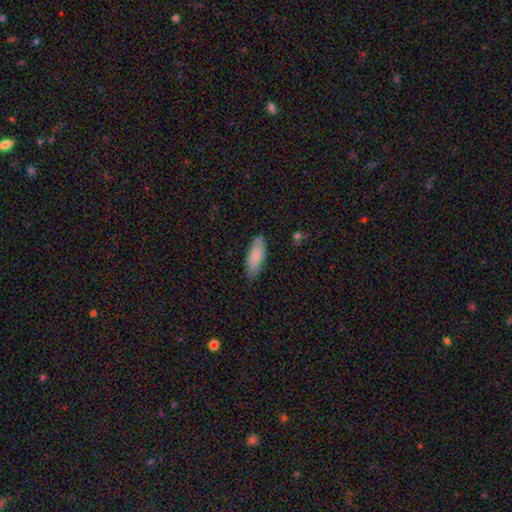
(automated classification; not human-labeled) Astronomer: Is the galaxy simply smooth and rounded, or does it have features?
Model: smooth — 83%.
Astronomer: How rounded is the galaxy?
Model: in between — 70%.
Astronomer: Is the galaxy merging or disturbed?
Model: none — 80%.